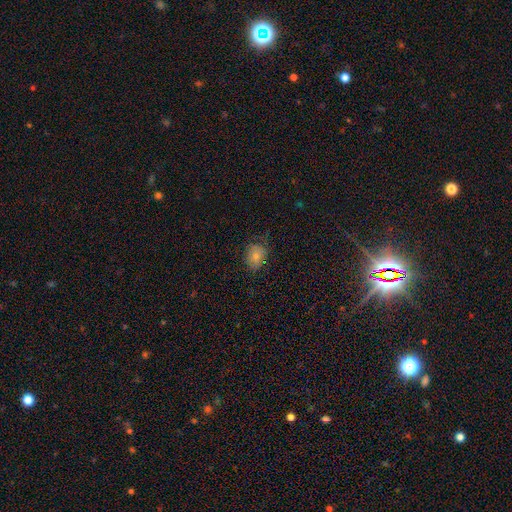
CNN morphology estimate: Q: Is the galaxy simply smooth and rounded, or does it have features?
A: smooth — 79%.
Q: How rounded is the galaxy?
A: in between — 55%.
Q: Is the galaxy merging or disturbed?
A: none — 69%.